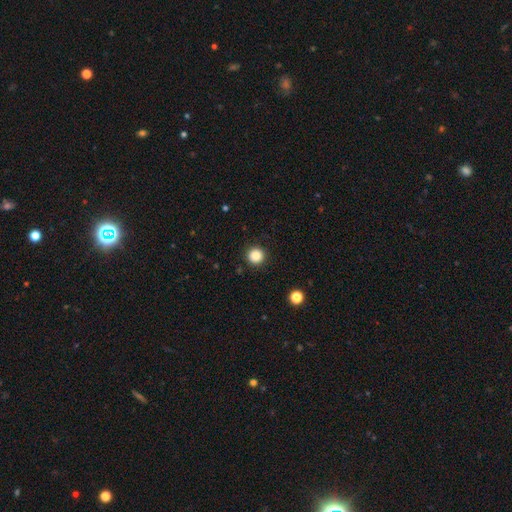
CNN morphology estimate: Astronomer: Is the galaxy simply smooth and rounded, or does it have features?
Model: smooth — 86%.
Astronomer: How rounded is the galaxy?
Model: round — 95%.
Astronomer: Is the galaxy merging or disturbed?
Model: none — 92%.